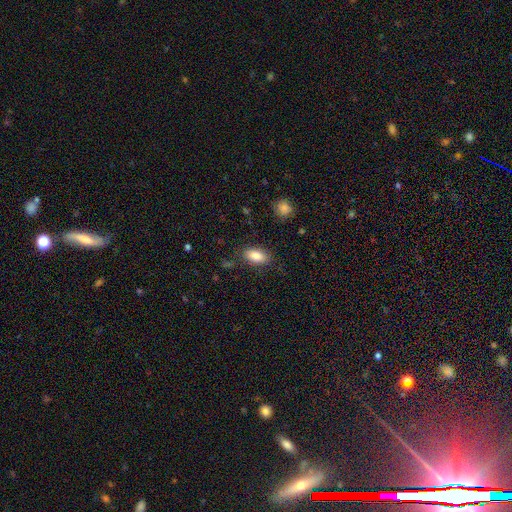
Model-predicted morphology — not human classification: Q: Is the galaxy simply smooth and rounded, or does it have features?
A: smooth — 86%.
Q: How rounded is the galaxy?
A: in between — 91%.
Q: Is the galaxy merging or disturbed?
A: none — 84%.